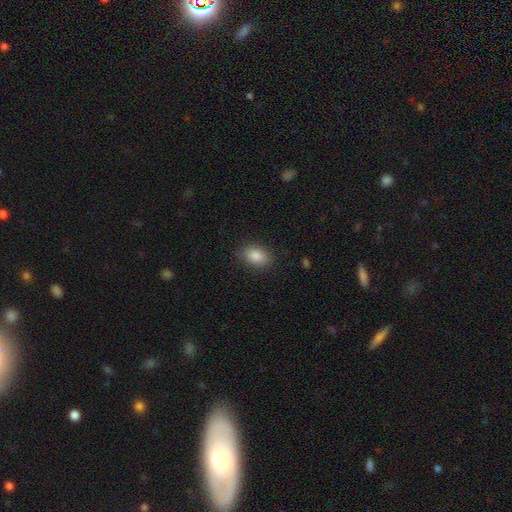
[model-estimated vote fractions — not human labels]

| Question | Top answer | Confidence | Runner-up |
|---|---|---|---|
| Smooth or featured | smooth | 86% | star or artifact (8%) |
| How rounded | in between | 83% | round (16%) |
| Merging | none | 86% | minor disturbance (10%) |